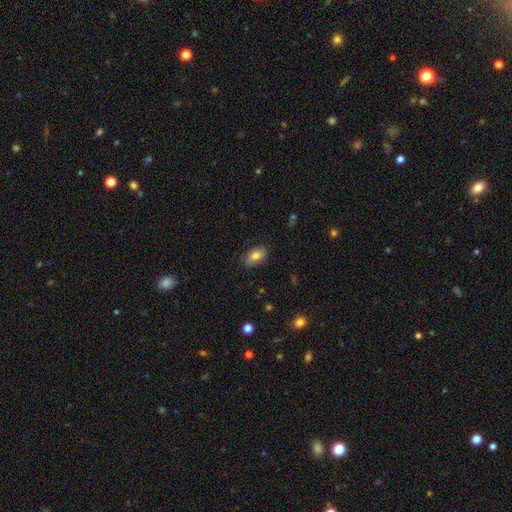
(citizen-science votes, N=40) Q: Smooth or featured?
A: smooth (75%); runner-up: featured or disk (20%)
Q: How rounded?
A: in between (90%); runner-up: round (7%)
Q: Merging?
A: none (76%); runner-up: minor disturbance (18%)